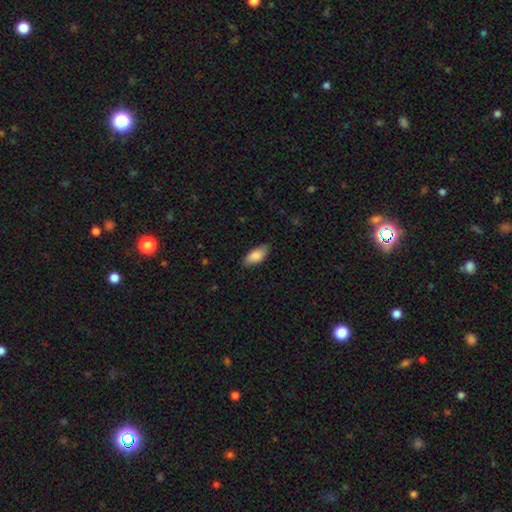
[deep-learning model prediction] Smooth or featured? Predicted: smooth (p=0.86). How rounded? Predicted: in between (p=0.90). Merging? Predicted: none (p=0.82).